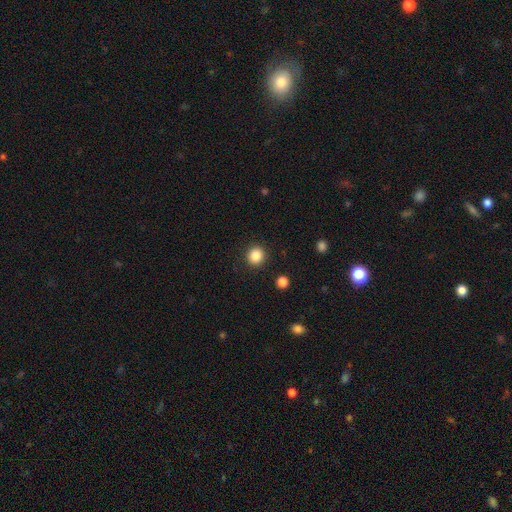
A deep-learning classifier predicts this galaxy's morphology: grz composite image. It shows a smooth galaxy with no disk features (86%) that is round (91%). Merging: none (92%).